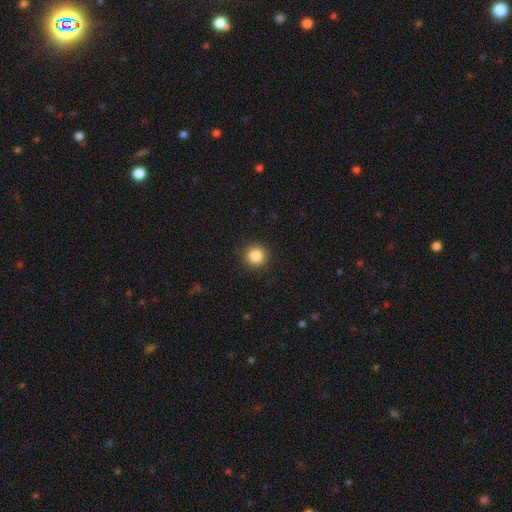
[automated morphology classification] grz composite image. It shows a smooth galaxy with no disk features (86%) that is round (95%). Merging: none (92%).